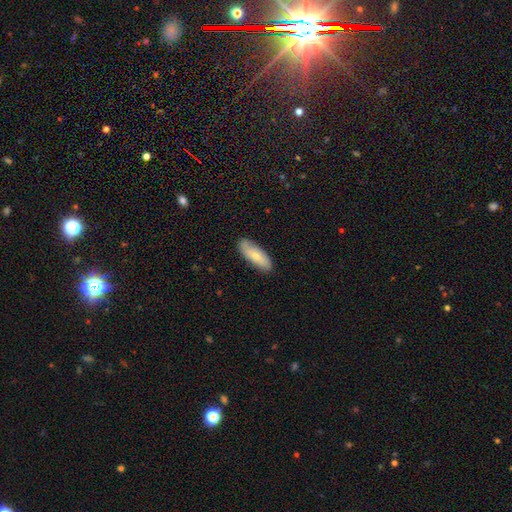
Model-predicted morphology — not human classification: A smooth galaxy with no disk features (71%) that is in between round and cigar-shaped (69%). Merging: none (86%).